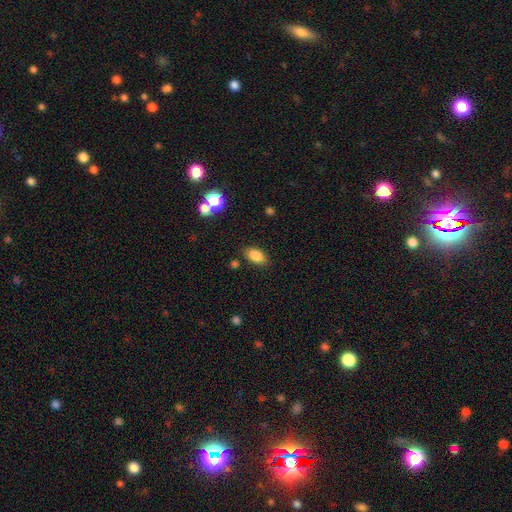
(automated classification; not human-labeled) smooth_or_featured: smooth (p=0.85) [alt: star or artifact p=0.09]
how_rounded: in between (p=0.90) [alt: round p=0.07]
merging: none (p=0.84) [alt: minor disturbance p=0.11]